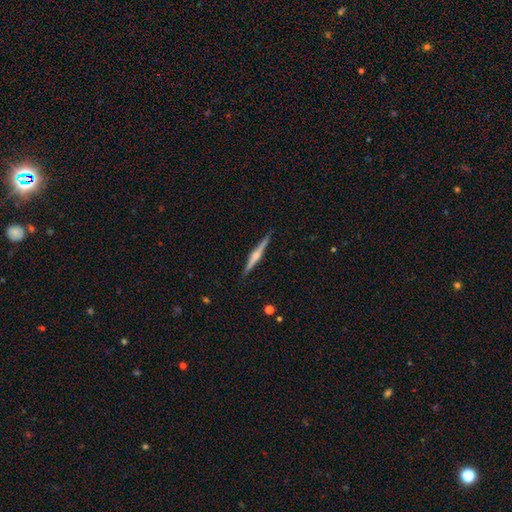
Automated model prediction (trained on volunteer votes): This appears to be a featured or disk galaxy (71%) viewed edge-on (98%) with a rounded central bulge (77%). Merging: none (90%).